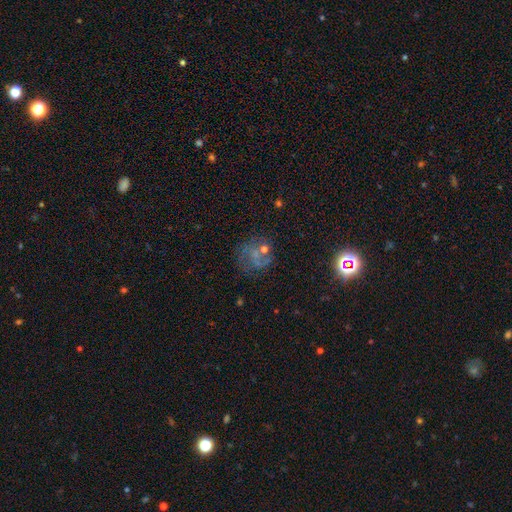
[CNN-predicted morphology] The model was most divided on "smooth or featured": featured or disk: 42%, smooth: 31%, star or artifact: 27%. More confident: merging — none (50%).